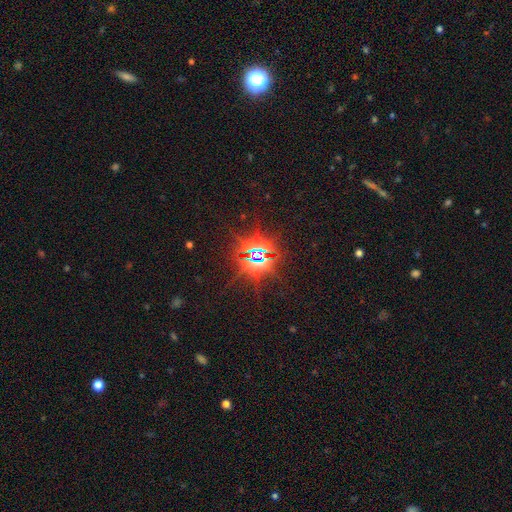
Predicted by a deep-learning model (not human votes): smooth_or_featured: star or artifact (p=0.85) [alt: featured or disk p=0.08]